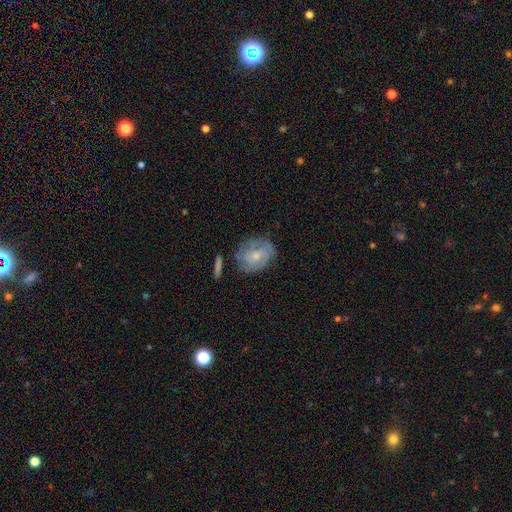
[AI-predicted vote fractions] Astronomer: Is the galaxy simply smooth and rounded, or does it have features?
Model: featured or disk — 55% (runner-up: smooth, 38%).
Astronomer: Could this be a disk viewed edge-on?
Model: no — 96%.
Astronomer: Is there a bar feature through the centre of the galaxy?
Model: no — 70%.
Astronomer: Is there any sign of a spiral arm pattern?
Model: yes — 79%.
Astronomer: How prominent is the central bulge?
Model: small — 54% (runner-up: moderate, 38%).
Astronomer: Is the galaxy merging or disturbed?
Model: none — 66%.